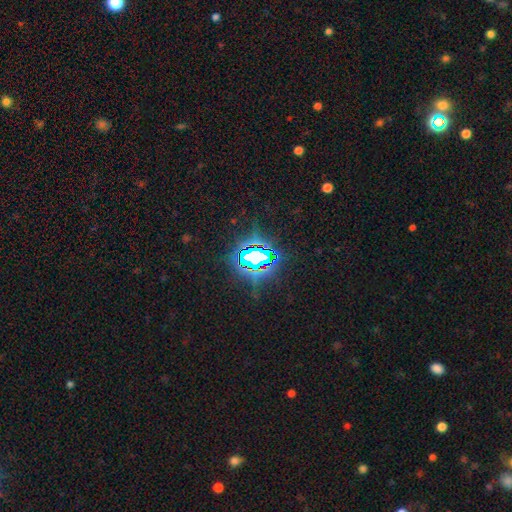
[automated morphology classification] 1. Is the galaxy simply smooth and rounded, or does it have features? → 77% star or artifact, 12% smooth, 10% featured or disk.